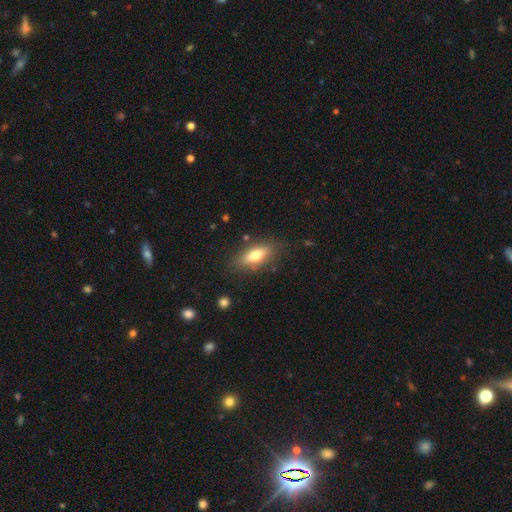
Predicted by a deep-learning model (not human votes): A smooth galaxy with no disk features (68%) that is in between round and cigar-shaped (75%). Merging: none (81%).